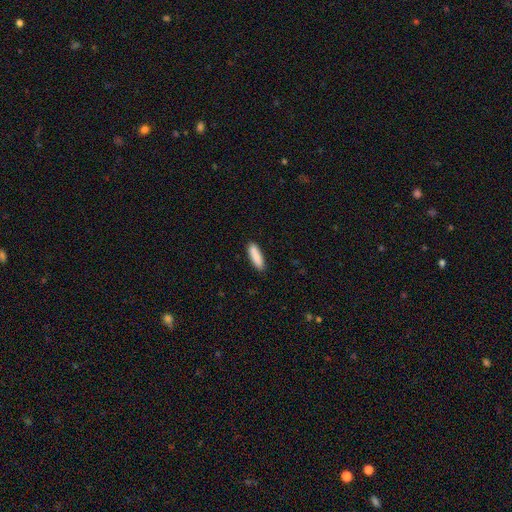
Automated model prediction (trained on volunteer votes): A smooth galaxy with no disk features (88%) that is cigar-shaped (57%). Merging: none (87%).